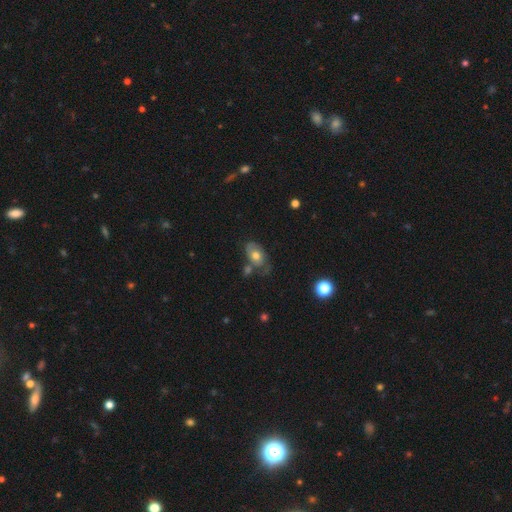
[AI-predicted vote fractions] A smooth galaxy with no disk features (55%) that is in between round and cigar-shaped (84%).

Vote fractions:
- Smooth or featured? smooth: 55% / featured or disk: 36% / star or artifact: 8%
- How rounded? in between: 84% / round: 15% / cigar-shaped: 2%
- Merging? none: 40% / minor disturbance: 26% / merger: 19% / major disturbance: 16%